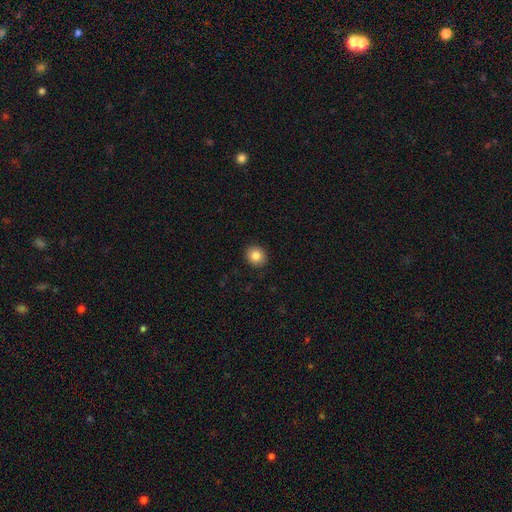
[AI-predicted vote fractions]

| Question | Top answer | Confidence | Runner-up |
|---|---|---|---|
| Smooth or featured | smooth | 84% | star or artifact (9%) |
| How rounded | round | 83% | in between (16%) |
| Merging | none | 91% | minor disturbance (6%) |